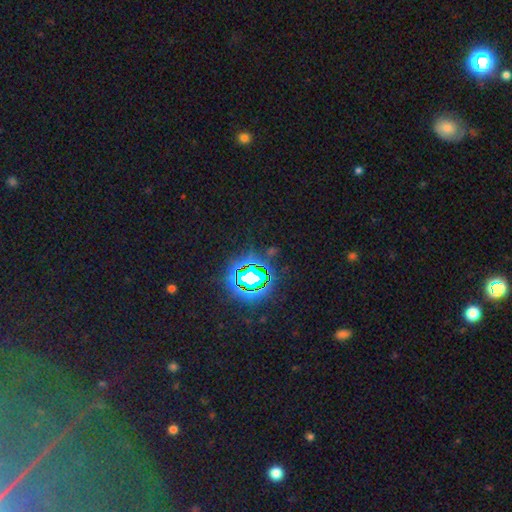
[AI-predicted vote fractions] Morphology: type=star or artifact (79%).